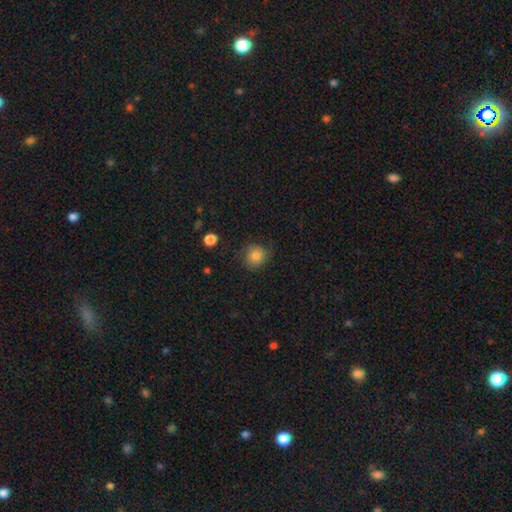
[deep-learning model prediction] Morphology: type=smooth (77%); roundness=round (85%); merging=none (68%).